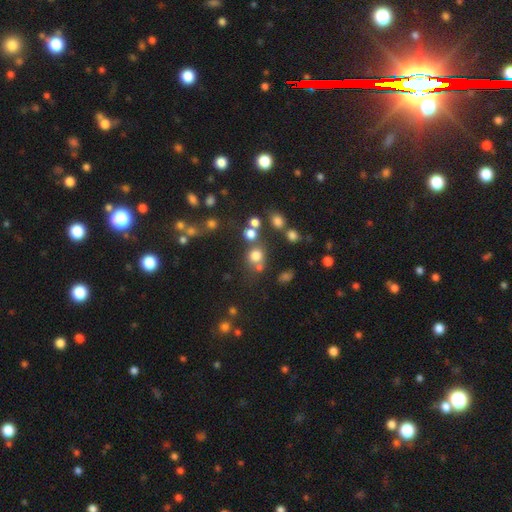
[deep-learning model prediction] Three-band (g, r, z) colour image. It shows a smooth galaxy with no disk features (71%) that is round (84%). Merging: none (58%).